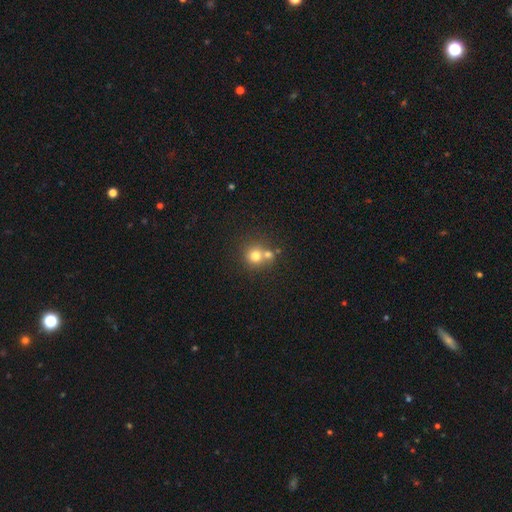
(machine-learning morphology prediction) Overall: smooth (74%). How rounded: round (89%). Merging: none (48%; merger 42%).